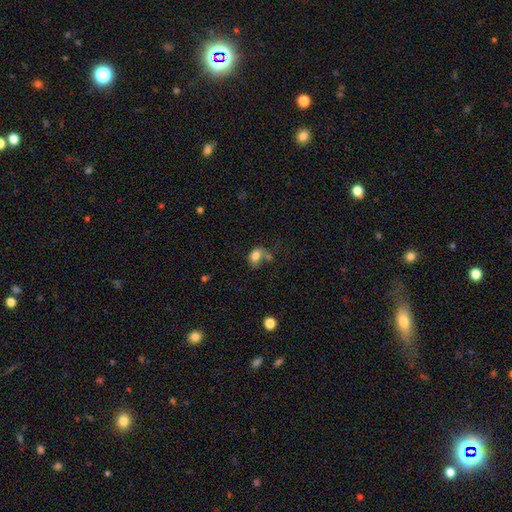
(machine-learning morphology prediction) A smooth galaxy with no disk features (79%) that is in between round and cigar-shaped (69%). Merging: none (41%).